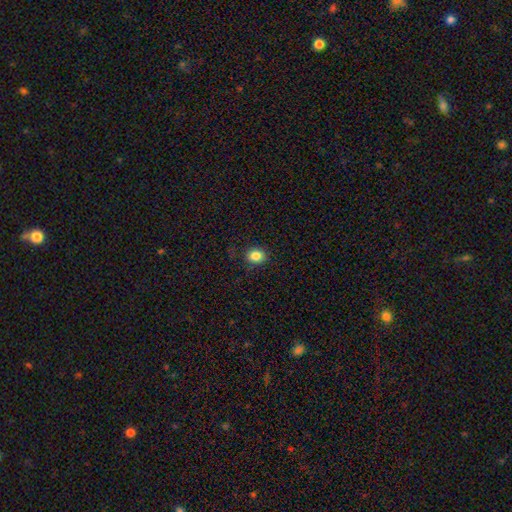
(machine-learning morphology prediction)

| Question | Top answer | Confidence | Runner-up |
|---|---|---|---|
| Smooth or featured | smooth | 85% | star or artifact (10%) |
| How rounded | round | 66% | in between (33%) |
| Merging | none | 87% | minor disturbance (10%) |